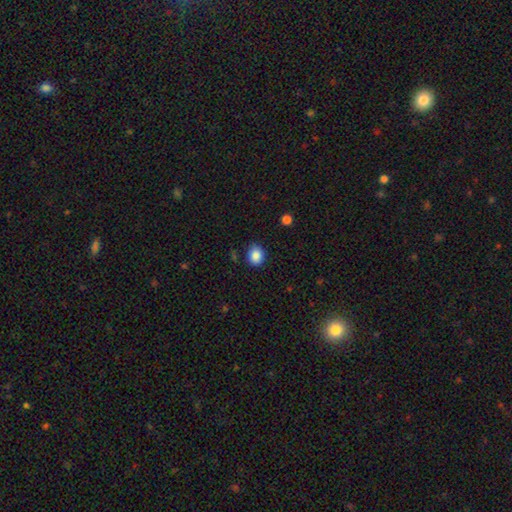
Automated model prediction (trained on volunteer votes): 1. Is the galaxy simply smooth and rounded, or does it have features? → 87% smooth, 9% star or artifact, 3% featured or disk.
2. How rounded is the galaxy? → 59% round, 40% in between, 1% cigar-shaped.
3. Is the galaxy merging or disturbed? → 82% none, 14% minor disturbance, 3% major disturbance, 2% merger.